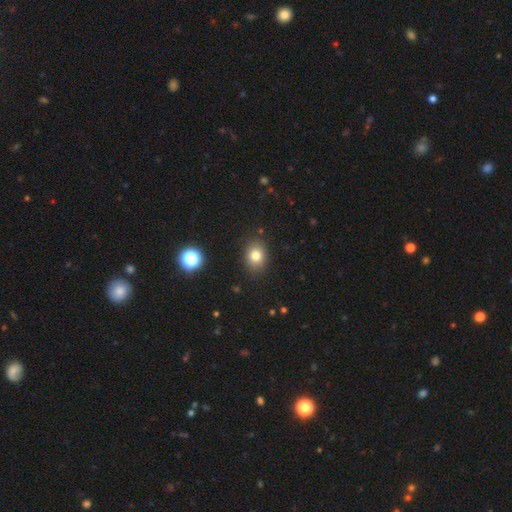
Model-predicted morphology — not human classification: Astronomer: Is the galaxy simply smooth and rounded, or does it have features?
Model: smooth — 79%.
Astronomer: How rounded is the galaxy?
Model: round — 51% (runner-up: in between, 48%).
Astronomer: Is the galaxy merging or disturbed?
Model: none — 87%.